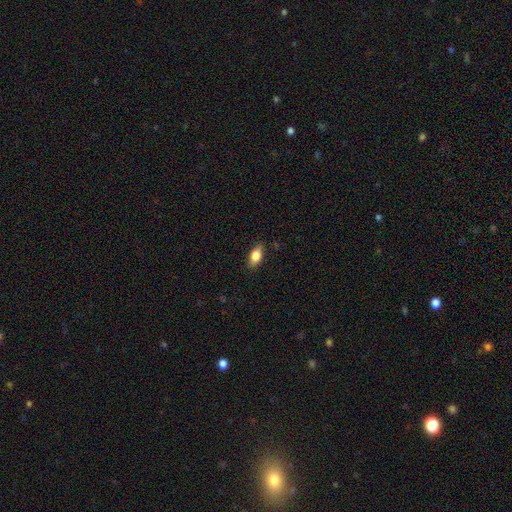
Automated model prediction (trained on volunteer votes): Q: Smooth or featured?
A: smooth (78%); runner-up: featured or disk (15%)
Q: How rounded?
A: in between (84%); runner-up: cigar-shaped (10%)
Q: Merging?
A: none (84%); runner-up: minor disturbance (13%)